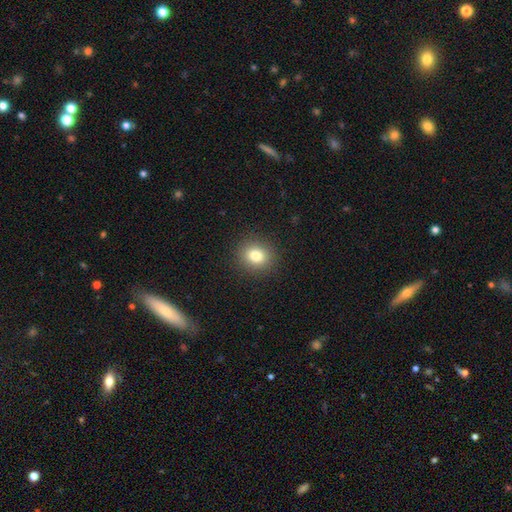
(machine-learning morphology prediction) Smooth or featured? smooth (81%)
How rounded? round (77%)
Merging? none (90%)